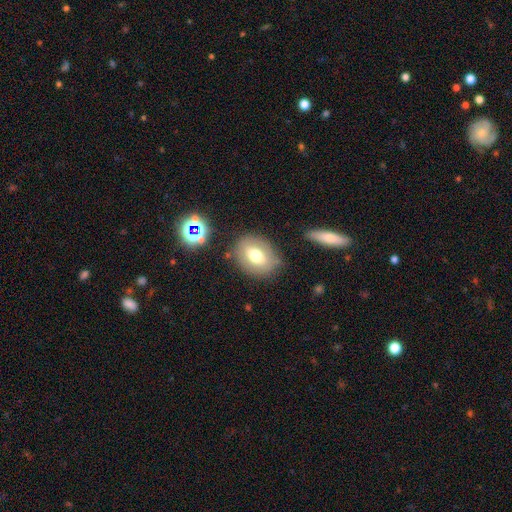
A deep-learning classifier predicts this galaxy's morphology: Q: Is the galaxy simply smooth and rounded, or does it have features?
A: smooth — 66%.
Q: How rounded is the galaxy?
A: in between — 59%.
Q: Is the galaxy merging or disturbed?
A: none — 76%.